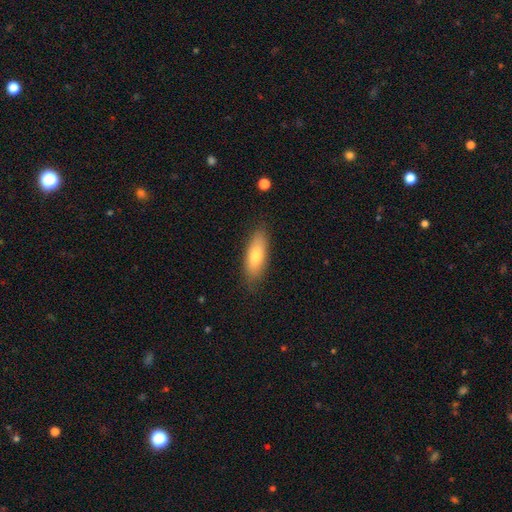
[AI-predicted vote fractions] Smooth or featured? Predicted: smooth (p=0.76). How rounded? Predicted: in between (p=0.63). Merging? Predicted: none (p=0.83).